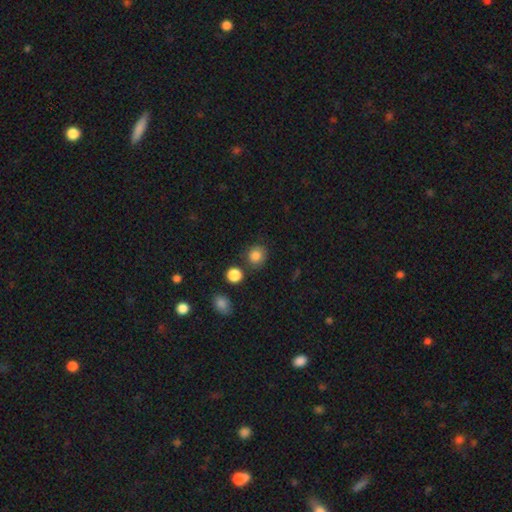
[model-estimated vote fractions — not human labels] Smooth or featured?
  - smooth: 84% *
  - star or artifact: 11%
  - featured or disk: 5%
How rounded?
  - round: 83% *
  - in between: 16%
  - cigar-shaped: 1%
Merging?
  - none: 79% *
  - minor disturbance: 11%
  - merger: 6%
  - major disturbance: 3%